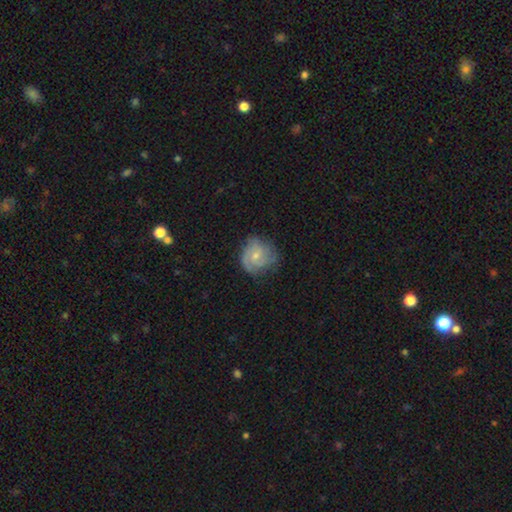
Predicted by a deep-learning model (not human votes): featured or disk 63%, smooth 30%, star or artifact 7%. Down the decision tree: edge-on disk — no (98%); bar — no (59%); spiral arms — yes (89%); spiral arm count — 2 (35%); spiral winding — tight (51%); bulge size — small (61%); merging — none (68%).